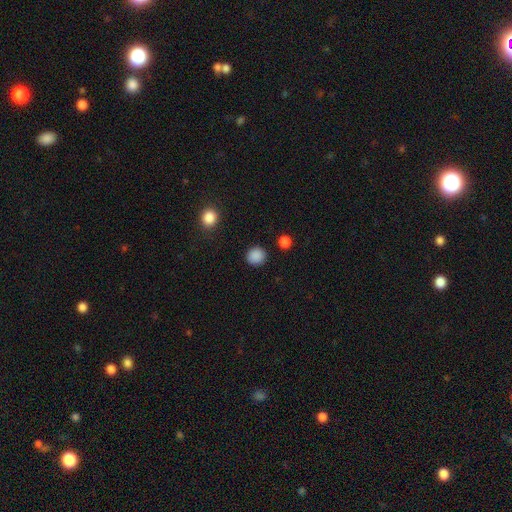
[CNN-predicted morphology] Overall: smooth (88%). How rounded: round (86%). Merging: none (90%).